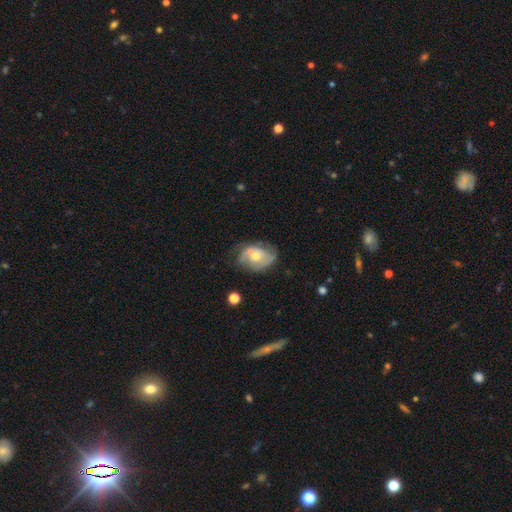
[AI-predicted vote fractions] This is likely a featured or disk galaxy (64%). It is clearly not viewed edge-on (97%). Bar: likely no (74%). Spiral arm pattern: likely yes (70%). Central bulge: possibly moderate (59%). Merging: marginally none (40%).